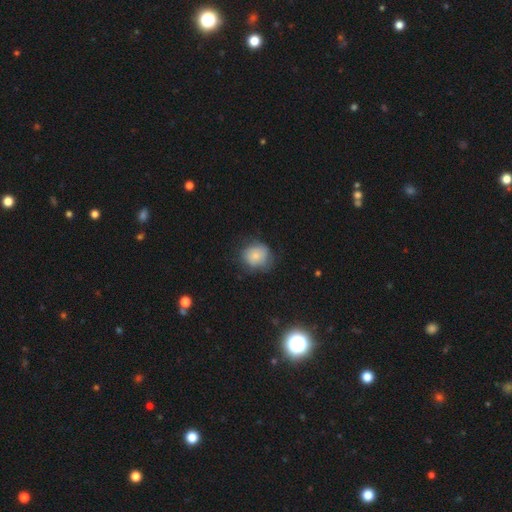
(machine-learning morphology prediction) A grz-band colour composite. It shows a smooth galaxy with no disk features (74%) that is round (79%). Merging: none (65%).